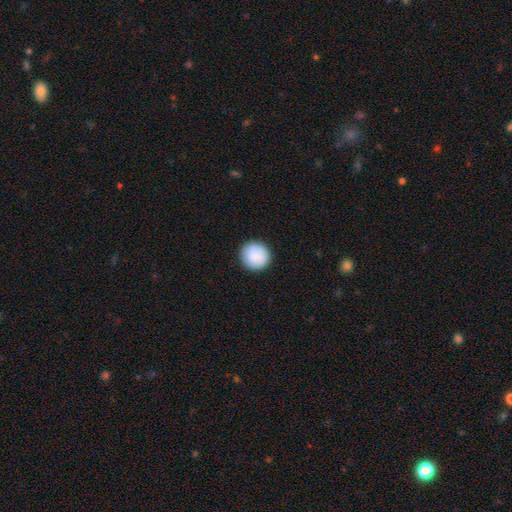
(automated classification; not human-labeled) Smooth or featured?
  - smooth: 88% *
  - featured or disk: 6%
  - star or artifact: 6%
How rounded?
  - round: 95% *
  - in between: 4%
  - cigar-shaped: 1%
Merging?
  - none: 91% *
  - minor disturbance: 6%
  - major disturbance: 2%
  - merger: 1%